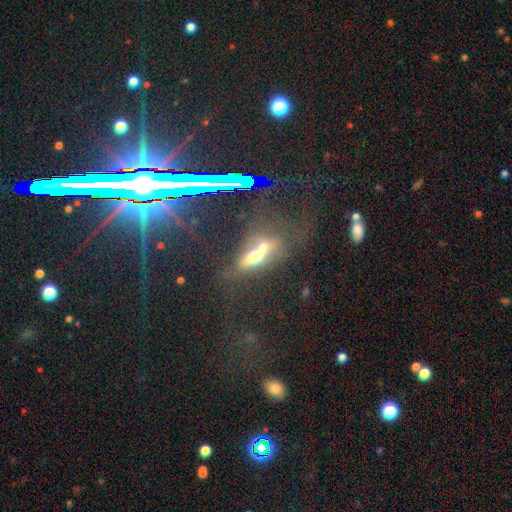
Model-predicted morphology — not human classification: Smooth or featured? Predicted: smooth (p=0.48). Merging? Predicted: merger (p=0.52).